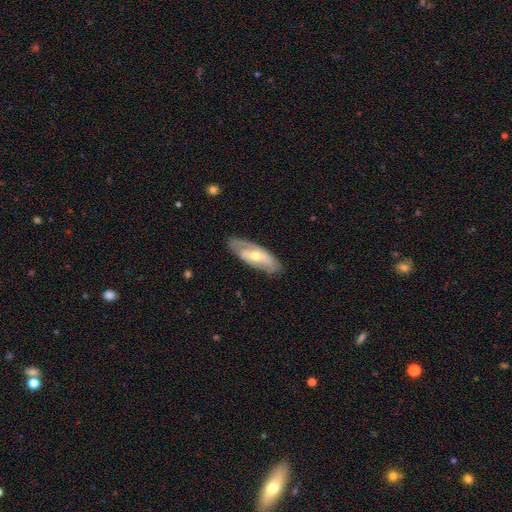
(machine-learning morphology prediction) type=featured or disk (64%); edge-on=no (81%); bar=no (60%); spiral arms=yes (63%); bulge=moderate (60%); merging=none (74%).